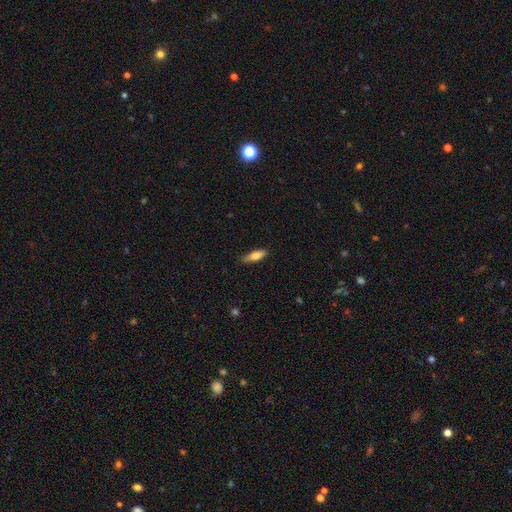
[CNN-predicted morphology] The model was most divided on "how rounded": in between: 51%, cigar-shaped: 47%, round: 2%. More confident: merging — none (80%); smooth or featured — smooth (73%).